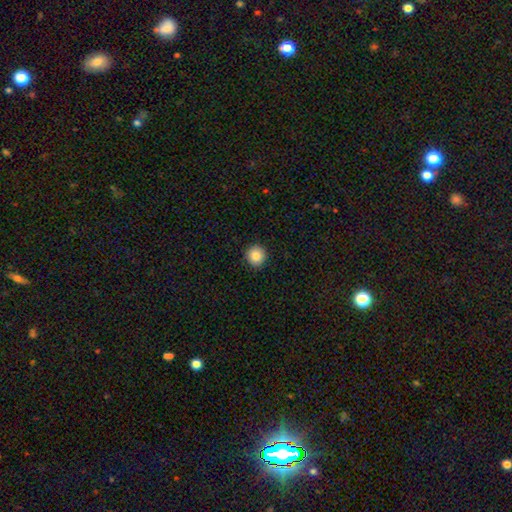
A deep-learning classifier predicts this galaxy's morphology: A smooth galaxy with no disk features (86%) that is round (94%).

Vote fractions:
- Smooth or featured? smooth: 86% / star or artifact: 9% / featured or disk: 5%
- How rounded? round: 94% / in between: 5% / cigar-shaped: 1%
- Merging? none: 92% / minor disturbance: 5% / major disturbance: 2% / merger: 1%